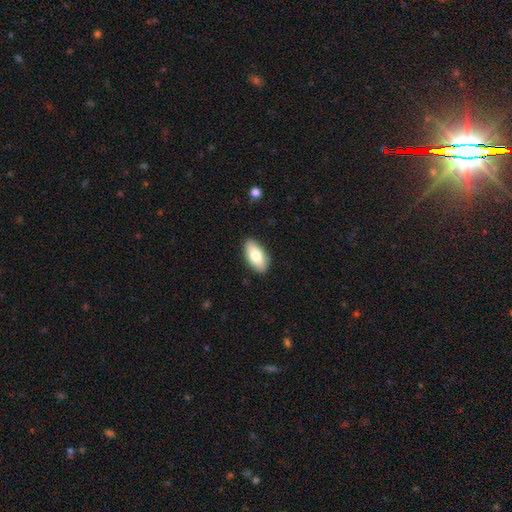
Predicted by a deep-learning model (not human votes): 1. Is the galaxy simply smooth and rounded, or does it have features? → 77% smooth, 16% featured or disk, 6% star or artifact.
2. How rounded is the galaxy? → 91% in between, 7% cigar-shaped, 3% round.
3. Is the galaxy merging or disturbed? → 89% none, 8% minor disturbance, 2% major disturbance, 1% merger.